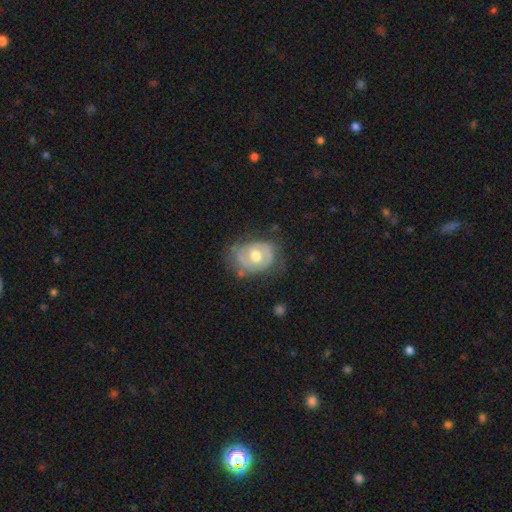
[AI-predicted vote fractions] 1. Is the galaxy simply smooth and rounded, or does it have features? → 61% featured or disk, 33% smooth, 6% star or artifact.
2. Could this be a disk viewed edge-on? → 95% no, 5% yes.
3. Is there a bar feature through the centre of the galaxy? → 75% no, 20% weak, 5% strong.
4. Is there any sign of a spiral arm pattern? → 53% no, 47% yes.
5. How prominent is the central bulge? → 73% moderate, 19% large, 6% small, 1% dominant, 1% none.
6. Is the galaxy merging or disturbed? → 59% none, 27% minor disturbance, 12% major disturbance, 2% merger.